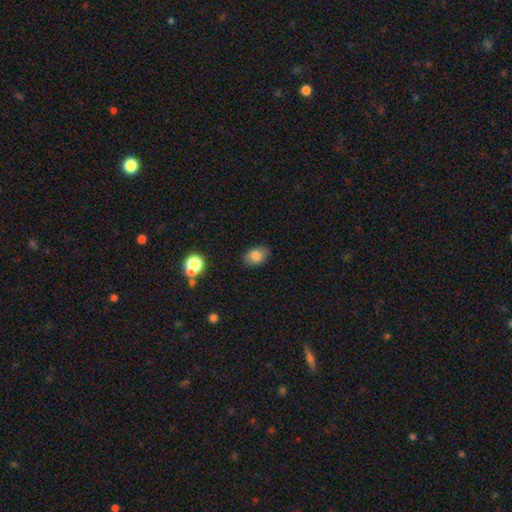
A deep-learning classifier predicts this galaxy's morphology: Smooth or featured?
  - smooth: 82% *
  - star or artifact: 10%
  - featured or disk: 9%
How rounded?
  - in between: 81% *
  - round: 17%
  - cigar-shaped: 1%
Merging?
  - none: 83% *
  - minor disturbance: 13%
  - major disturbance: 3%
  - merger: 1%